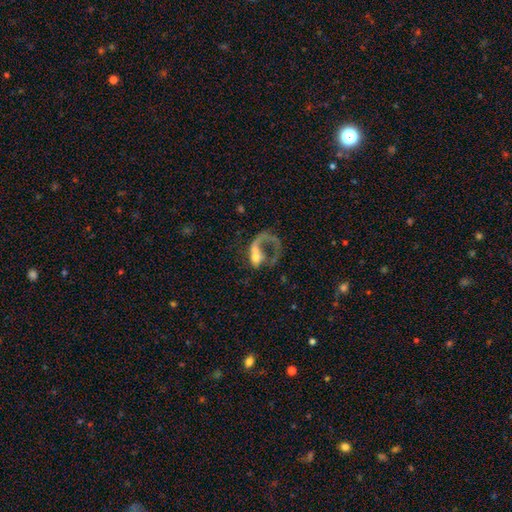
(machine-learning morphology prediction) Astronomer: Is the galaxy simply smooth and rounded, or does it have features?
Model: featured or disk — 67%.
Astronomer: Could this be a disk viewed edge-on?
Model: no — 97%.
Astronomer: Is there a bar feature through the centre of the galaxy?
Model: no — 75%.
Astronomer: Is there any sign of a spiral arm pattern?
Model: yes — 57% (runner-up: no, 43%).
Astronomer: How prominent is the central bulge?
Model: moderate — 38% (runner-up: small, 34%).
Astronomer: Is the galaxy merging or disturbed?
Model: major disturbance — 58%.